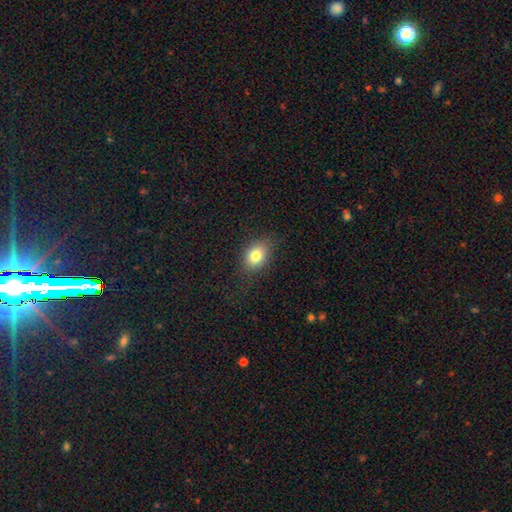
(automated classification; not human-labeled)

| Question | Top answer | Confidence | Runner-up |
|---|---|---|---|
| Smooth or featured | smooth | 80% | star or artifact (11%) |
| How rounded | in between | 66% | round (32%) |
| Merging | none | 78% | minor disturbance (15%) |